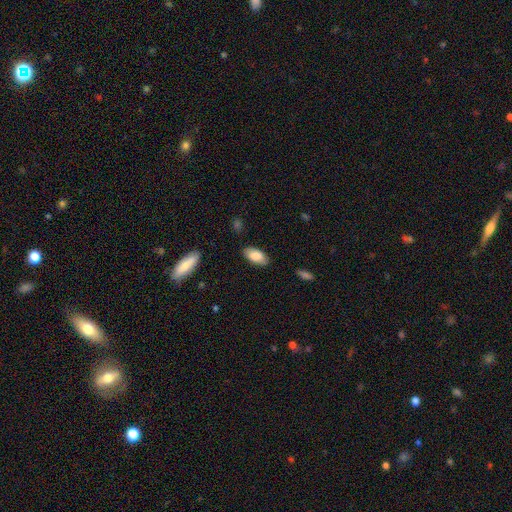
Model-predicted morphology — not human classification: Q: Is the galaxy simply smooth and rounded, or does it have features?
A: smooth — 83%.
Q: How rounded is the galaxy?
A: in between — 92%.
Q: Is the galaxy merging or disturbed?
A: none — 85%.